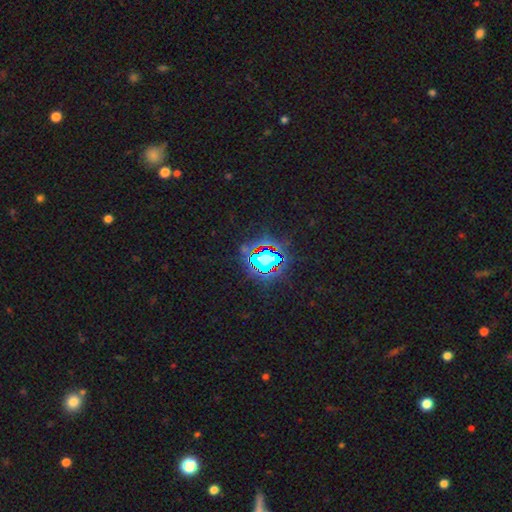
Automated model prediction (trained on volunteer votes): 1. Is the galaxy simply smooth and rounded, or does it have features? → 79% star or artifact, 13% smooth, 8% featured or disk.